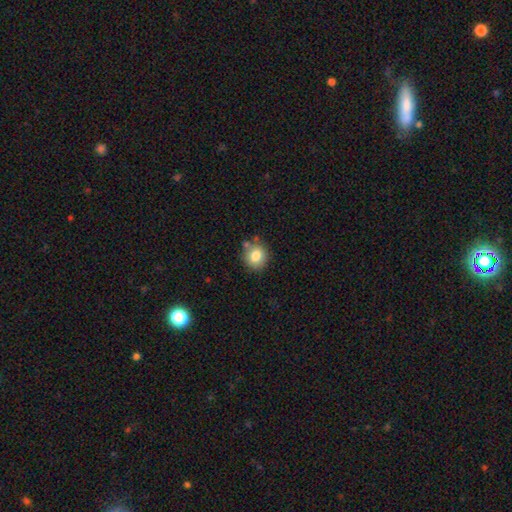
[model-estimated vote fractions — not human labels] A smooth galaxy with no disk features (80%) that is round (78%).

Vote fractions:
- Smooth or featured? smooth: 80% / star or artifact: 10% / featured or disk: 10%
- How rounded? round: 78% / in between: 21% / cigar-shaped: 1%
- Merging? none: 75% / minor disturbance: 14% / merger: 8% / major disturbance: 3%